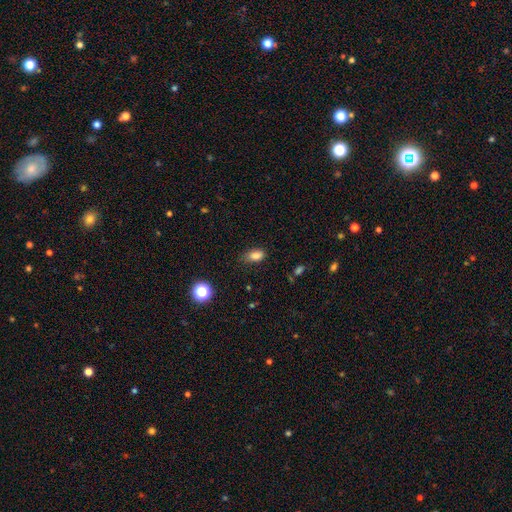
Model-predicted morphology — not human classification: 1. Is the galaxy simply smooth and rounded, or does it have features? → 83% smooth, 11% star or artifact, 5% featured or disk.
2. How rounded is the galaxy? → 87% in between, 9% round, 4% cigar-shaped.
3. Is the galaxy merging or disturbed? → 69% none, 24% minor disturbance, 5% major disturbance, 2% merger.